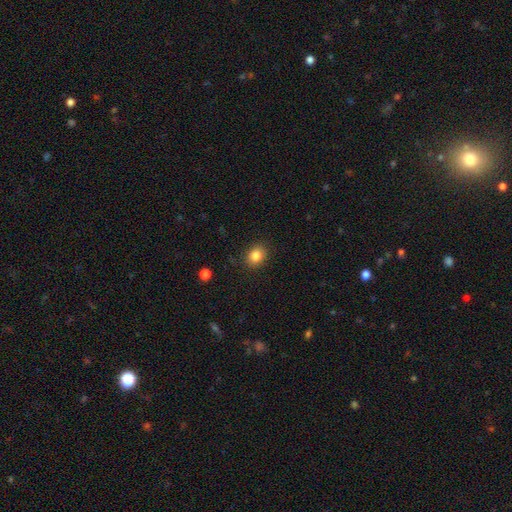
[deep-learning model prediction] smooth 84%, star or artifact 10%, featured or disk 6%. Down the decision tree: how rounded — round (54%); merging — none (88%).